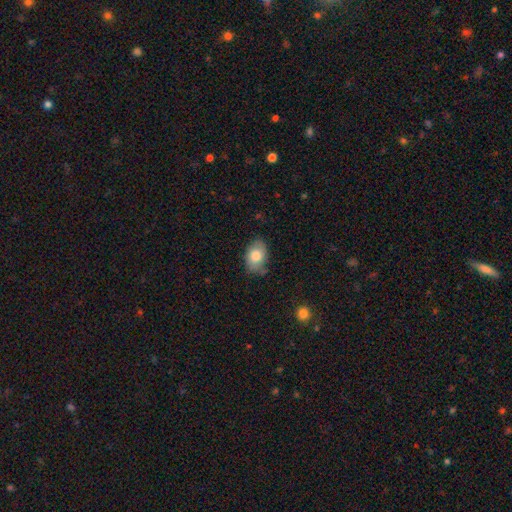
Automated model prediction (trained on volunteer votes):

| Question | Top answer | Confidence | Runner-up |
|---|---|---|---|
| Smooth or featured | smooth | 77% | featured or disk (16%) |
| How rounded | in between | 85% | round (13%) |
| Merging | none | 67% | minor disturbance (26%) |